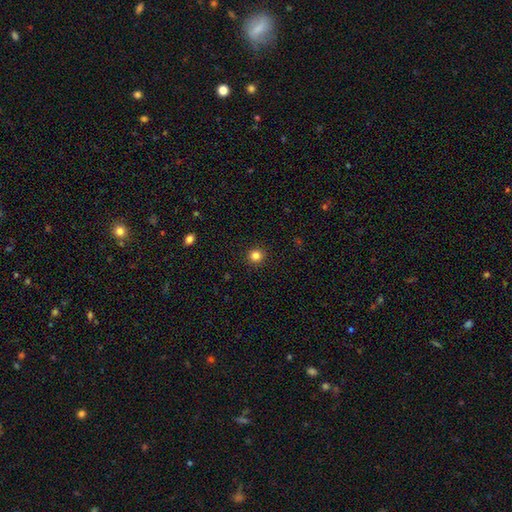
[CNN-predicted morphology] smooth 83%, star or artifact 12%, featured or disk 4%. Down the decision tree: how rounded — round (92%); merging — none (92%).